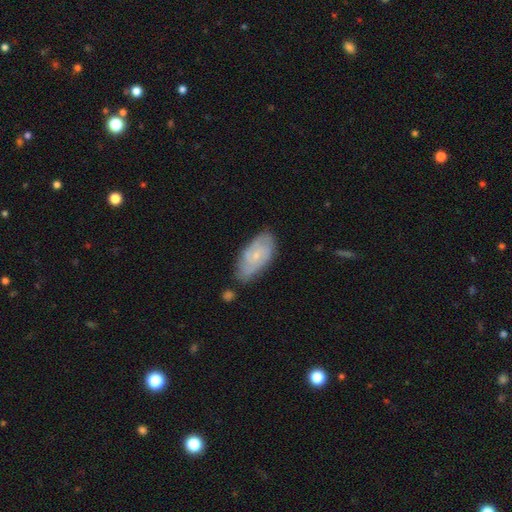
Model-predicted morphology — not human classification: featured or disk 59%, smooth 34%, star or artifact 6%. Down the decision tree: edge-on disk — no (93%); bar — no (74%); spiral arms — yes (83%); bulge size — small (76%); merging — none (69%).